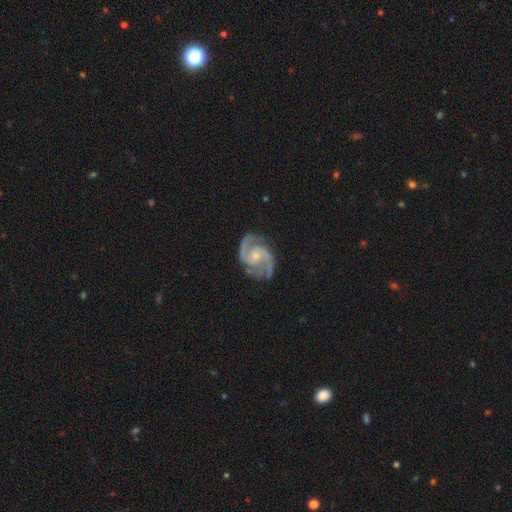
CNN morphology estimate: smooth-or-featured: featured or disk: 93% | star or artifact: 4% | smooth: 3%
  disk-edge-on: no: 98% | yes: 2%
    bar: no: 58% | weak: 34% | strong: 7%
    has-spiral-arms: yes: 98% | no: 2%
      spiral-winding: medium: 63% | tight: 21% | loose: 16%
      spiral-arm-count: 2: 91% | 3: 3% | can't tell: 2% | 1: 1% | 4: 1% | more than 4: 1%
    bulge-size: small: 59% | moderate: 35% | none: 4% | large: 2% | dominant: 1%
  merging: none: 78% | minor disturbance: 16% | major disturbance: 5% | merger: 1%